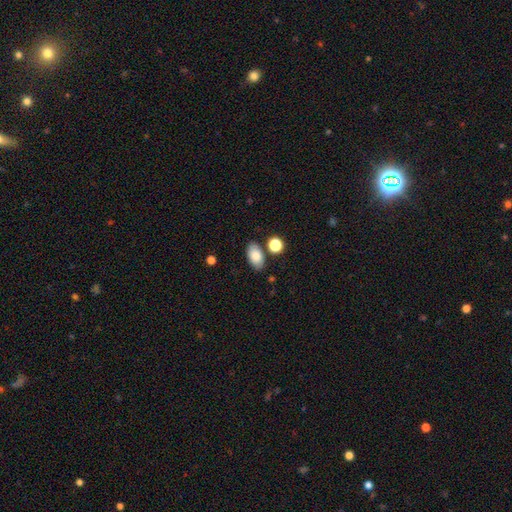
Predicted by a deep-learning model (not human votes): Morphology: type=smooth (84%); roundness=in between (92%); merging=none (80%).